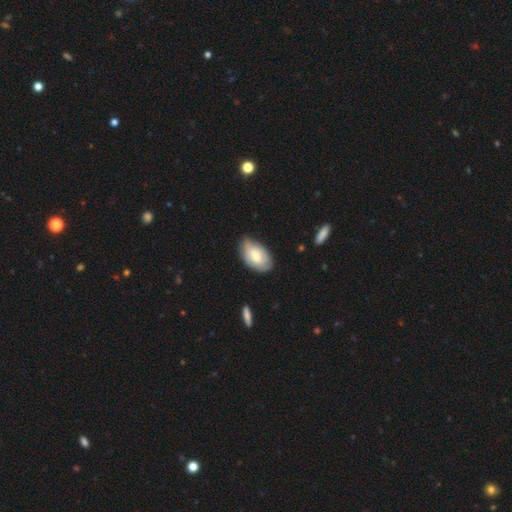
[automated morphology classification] The model was most divided on "smooth or featured": smooth: 60%, featured or disk: 34%, star or artifact: 6%. More confident: how rounded — in between (92%); merging — none (67%).